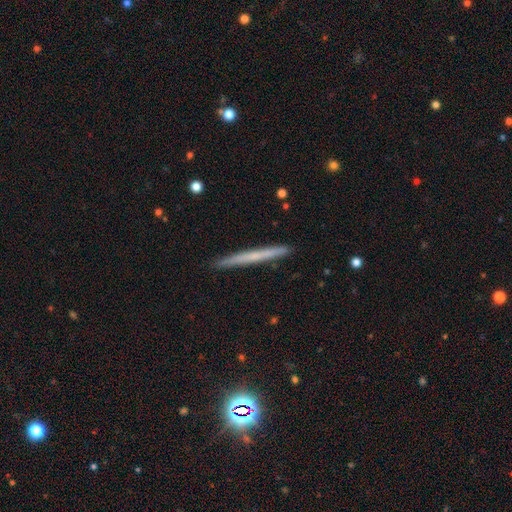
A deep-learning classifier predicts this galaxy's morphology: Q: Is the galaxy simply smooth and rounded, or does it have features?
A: smooth — 47%.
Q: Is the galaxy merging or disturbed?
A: none — 92%.